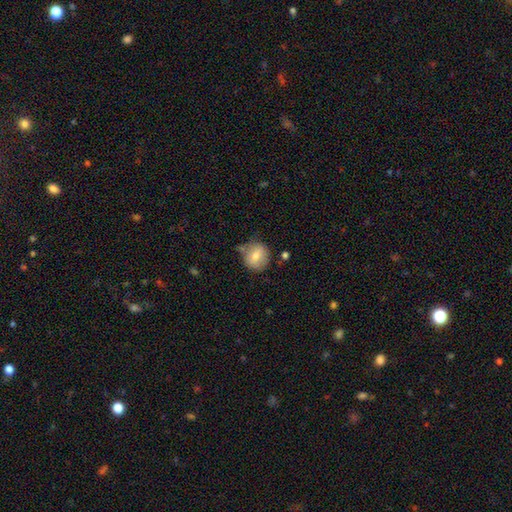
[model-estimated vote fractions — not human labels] This is likely a smooth galaxy (71%). How rounded: clearly round (84%). Merging: likely none (68%).